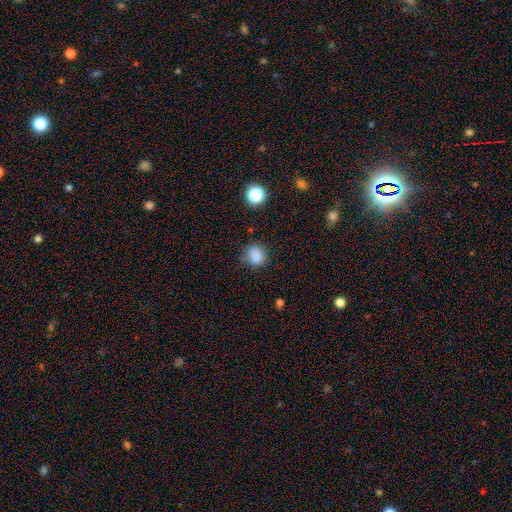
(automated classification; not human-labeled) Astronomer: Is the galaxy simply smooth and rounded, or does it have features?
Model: smooth — 83%.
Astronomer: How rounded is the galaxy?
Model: round — 70%.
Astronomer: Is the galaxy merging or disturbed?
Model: none — 68%.